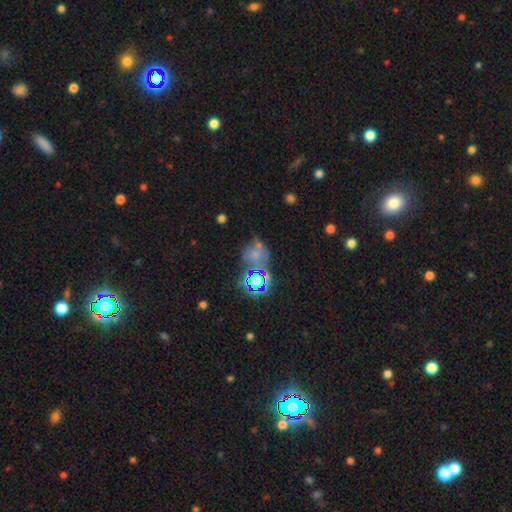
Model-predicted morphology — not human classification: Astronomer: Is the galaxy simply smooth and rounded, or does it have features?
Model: smooth — 49% (runner-up: star or artifact, 34%).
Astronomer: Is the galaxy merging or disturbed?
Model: none — 40% (runner-up: merger, 27%).